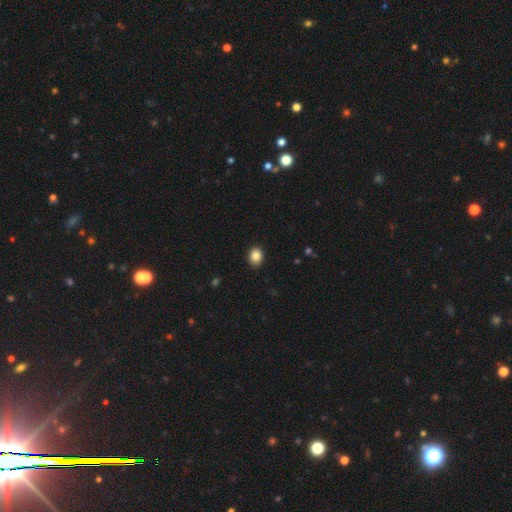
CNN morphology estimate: smooth_or_featured: smooth (p=0.86) [alt: star or artifact p=0.09]
how_rounded: in between (p=0.50) [alt: round p=0.49]
merging: none (p=0.90) [alt: minor disturbance p=0.07]